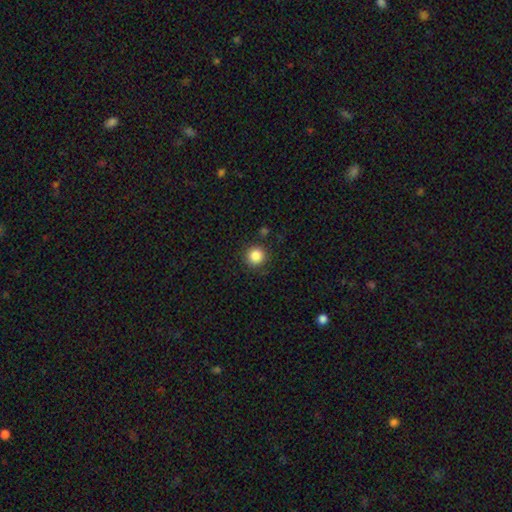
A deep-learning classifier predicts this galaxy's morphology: A smooth galaxy with no disk features (85%) that is round (94%). Merging: none (88%).